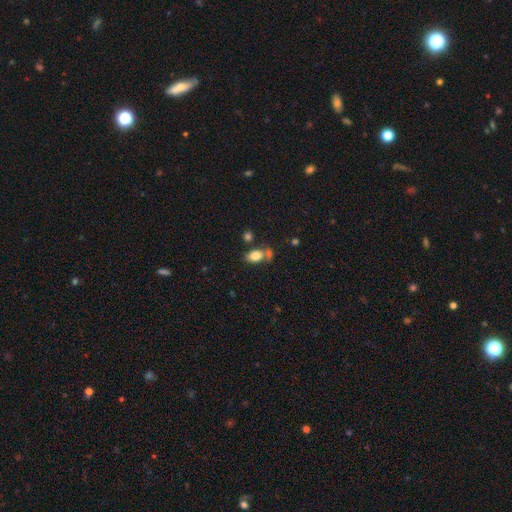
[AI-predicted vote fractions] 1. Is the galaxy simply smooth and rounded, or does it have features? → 81% smooth, 9% star or artifact, 9% featured or disk.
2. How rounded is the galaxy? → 86% in between, 12% round, 2% cigar-shaped.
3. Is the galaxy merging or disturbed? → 53% none, 26% merger, 15% minor disturbance, 7% major disturbance.